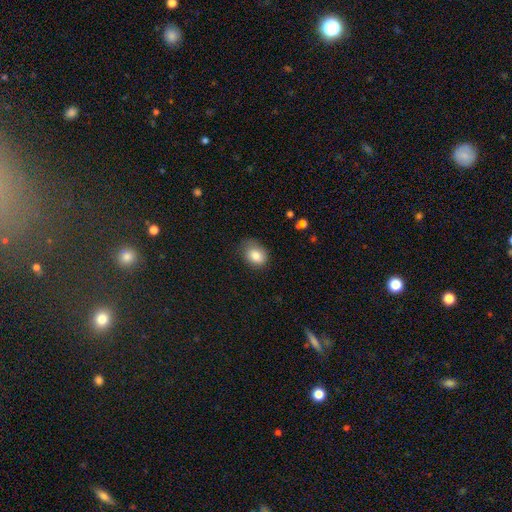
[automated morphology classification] A smooth galaxy with no disk features (83%) that is in between round and cigar-shaped (65%). Merging: none (64%).